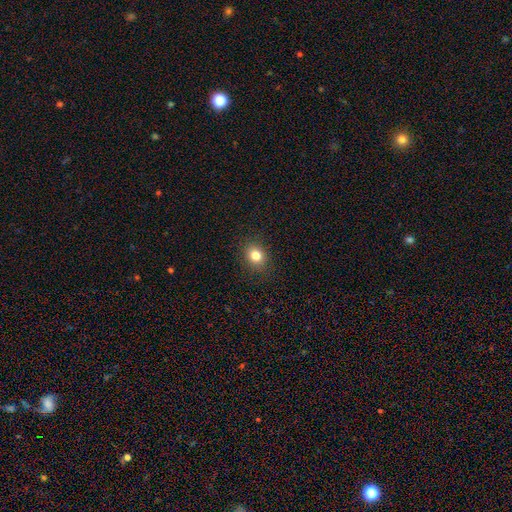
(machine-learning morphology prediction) This appears to be a smooth galaxy with no disk features (81%) that is round (62%). Merging: none (88%).